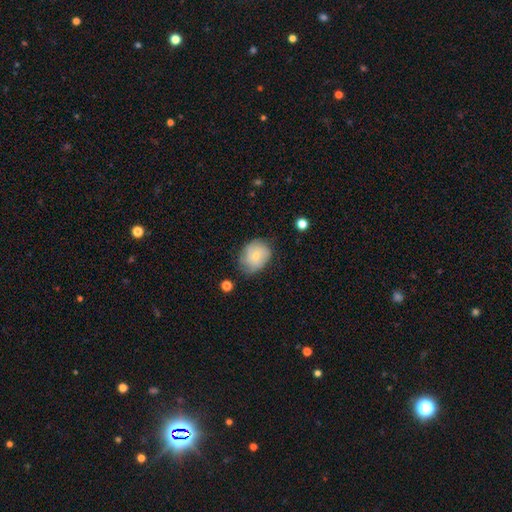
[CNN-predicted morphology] Smooth or featured? Predicted: smooth (p=0.61). How rounded? Predicted: round (p=0.50). Merging? Predicted: none (p=0.60).